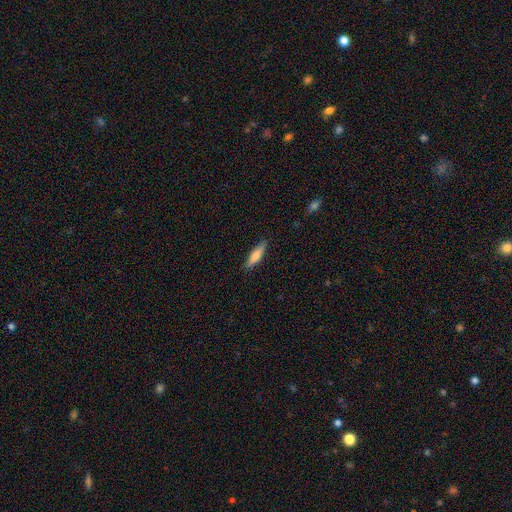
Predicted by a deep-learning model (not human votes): Smooth or featured? smooth (73%)
How rounded? cigar-shaped (71%)
Merging? none (84%)